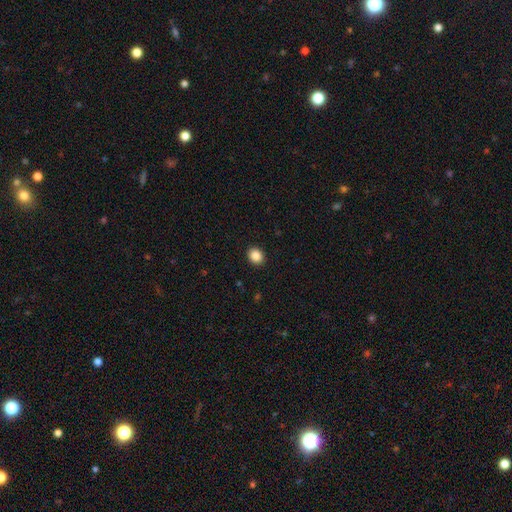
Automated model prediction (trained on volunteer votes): Smooth or featured?
  - smooth: 87% *
  - star or artifact: 10%
  - featured or disk: 4%
How rounded?
  - round: 67% *
  - in between: 32%
  - cigar-shaped: 1%
Merging?
  - none: 92% *
  - minor disturbance: 5%
  - major disturbance: 2%
  - merger: 1%